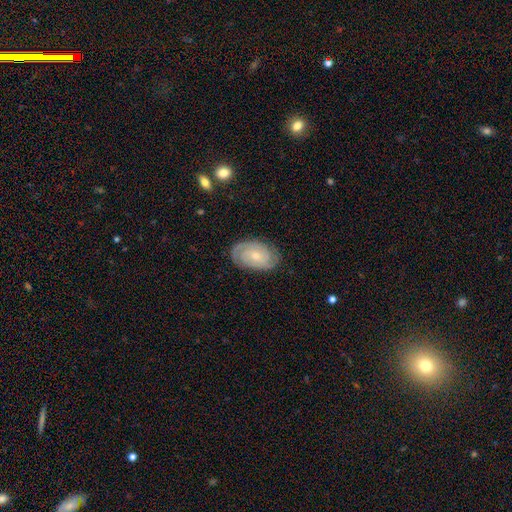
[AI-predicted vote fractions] Smooth or featured?
  - featured or disk: 78% *
  - smooth: 16%
  - star or artifact: 6%
Edge-on disk?
  - no: 96% *
  - yes: 4%
Bar?
  - no: 70% *
  - weak: 25%
  - strong: 5%
Spiral arms?
  - yes: 94% *
  - no: 6%
Spiral winding?
  - tight: 72% *
  - medium: 23%
  - loose: 5%
Spiral arm count?
  - 2: 59% *
  - can't tell: 20%
  - 3: 12%
  - 1: 4%
  - 4: 3%
  - more than 4: 3%
Bulge size?
  - small: 65% *
  - moderate: 31%
  - none: 2%
  - large: 1%
  - dominant: 1%
Merging?
  - none: 81% *
  - minor disturbance: 14%
  - major disturbance: 4%
  - merger: 1%